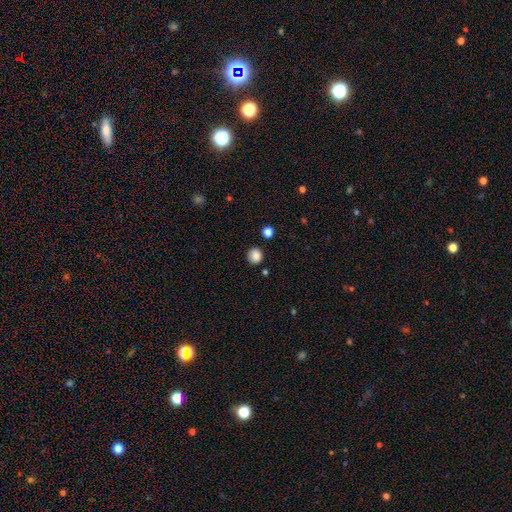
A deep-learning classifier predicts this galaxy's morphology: Q: Smooth or featured?
A: smooth (85%); runner-up: star or artifact (10%)
Q: How rounded?
A: round (83%); runner-up: in between (16%)
Q: Merging?
A: none (86%); runner-up: minor disturbance (9%)